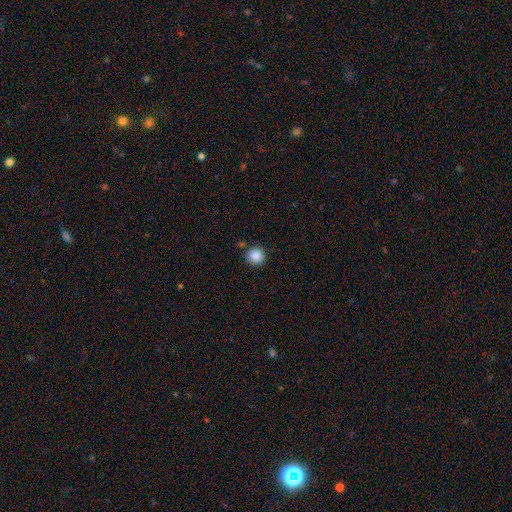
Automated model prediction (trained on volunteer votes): smooth 87%, star or artifact 9%, featured or disk 4%. Down the decision tree: how rounded — round (95%); merging — none (87%).